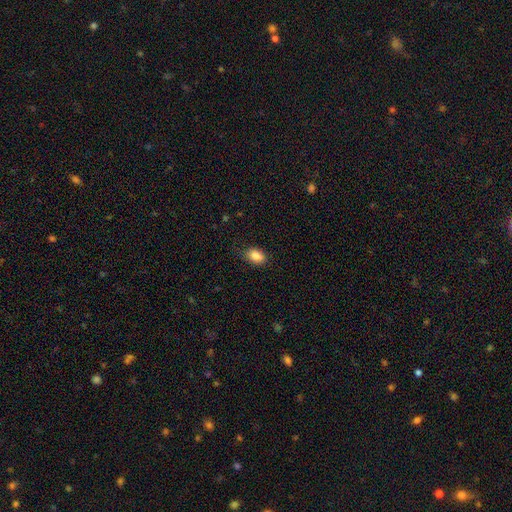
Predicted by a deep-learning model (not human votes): smooth-or-featured: smooth: 85% | star or artifact: 8% | featured or disk: 6%
  how-rounded: in between: 84% | round: 15% | cigar-shaped: 1%
  merging: none: 80% | minor disturbance: 16% | major disturbance: 3% | merger: 1%